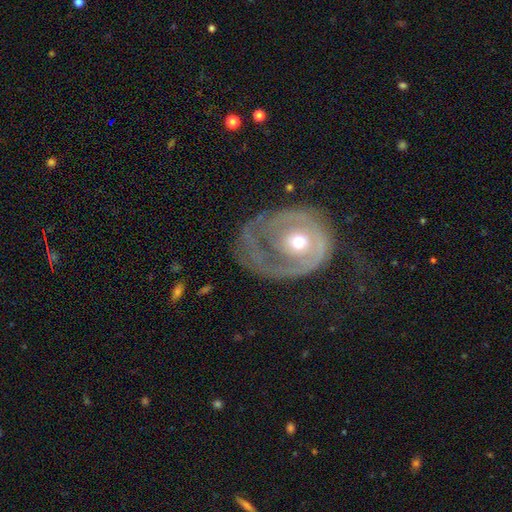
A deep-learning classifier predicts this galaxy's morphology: A featured or disk galaxy (76%) with no bar (74%), spiral arms (67%) and a moderate central bulge (69%).

Vote fractions:
- Smooth or featured? featured or disk: 76% / smooth: 18% / star or artifact: 6%
- Edge-on disk? no: 97% / yes: 3%
- Bar? no: 74% / weak: 19% / strong: 6%
- Spiral arms? yes: 67% / no: 33%
- Bulge size? moderate: 69% / small: 22% / large: 7% / dominant: 1% / none: 1%
- Merging? none: 41% / major disturbance: 35% / minor disturbance: 22% / merger: 2%